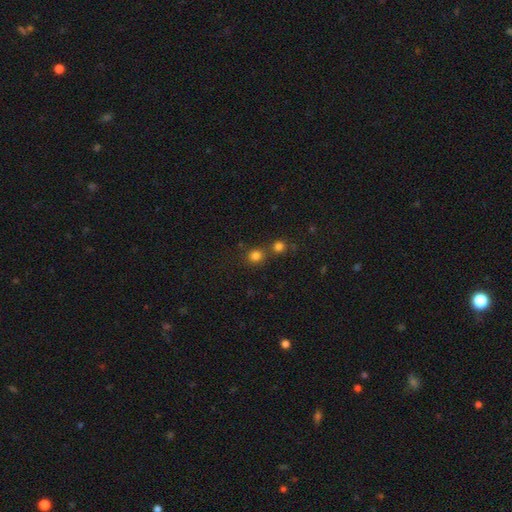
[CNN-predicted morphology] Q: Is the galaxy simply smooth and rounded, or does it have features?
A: smooth — 79%.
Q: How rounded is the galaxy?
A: round — 86%.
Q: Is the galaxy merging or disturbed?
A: none — 64%.